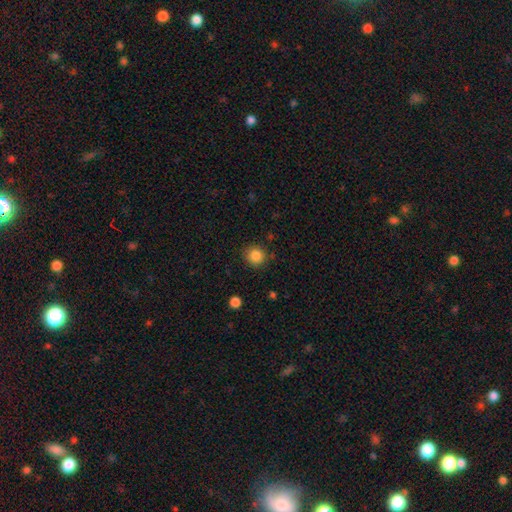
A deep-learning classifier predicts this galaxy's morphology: Smooth or featured? smooth (86%)
How rounded? round (90%)
Merging? none (86%)